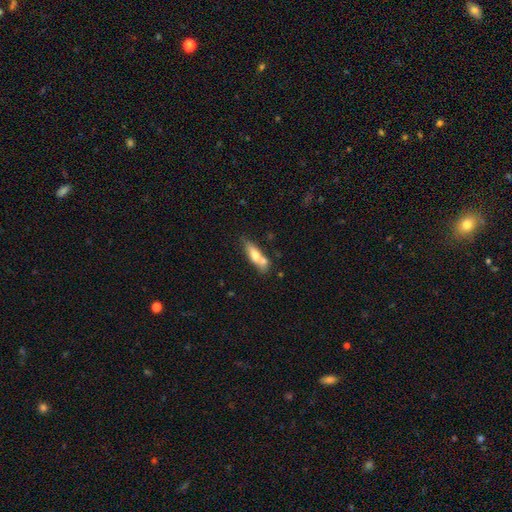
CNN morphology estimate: smooth 60%, featured or disk 33%, star or artifact 7%. Down the decision tree: how rounded — cigar-shaped (53%); merging — none (41%).